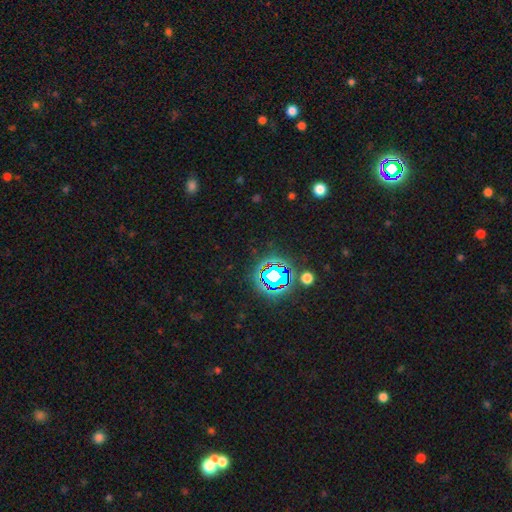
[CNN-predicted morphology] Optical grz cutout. It shows a star or artifact, not a galaxy (79%).